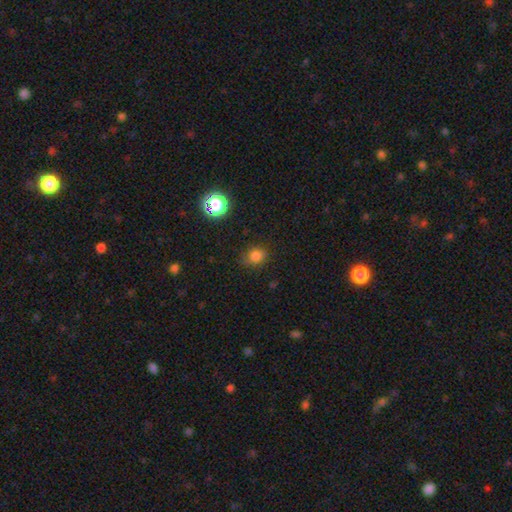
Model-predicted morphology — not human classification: Smooth or featured?
  - smooth: 78% *
  - star or artifact: 17%
  - featured or disk: 5%
How rounded?
  - round: 64% *
  - in between: 35%
  - cigar-shaped: 1%
Merging?
  - none: 77% *
  - minor disturbance: 18%
  - major disturbance: 4%
  - merger: 1%